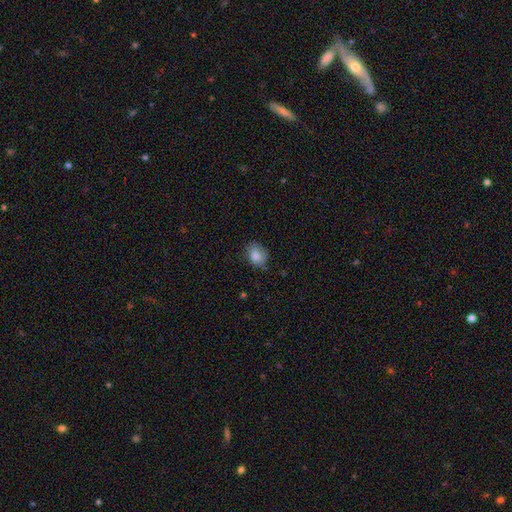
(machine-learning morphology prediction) smooth_or_featured: smooth (p=0.81) [alt: featured or disk p=0.10]
how_rounded: in between (p=0.56) [alt: round p=0.43]
merging: none (p=0.63) [alt: minor disturbance p=0.27]